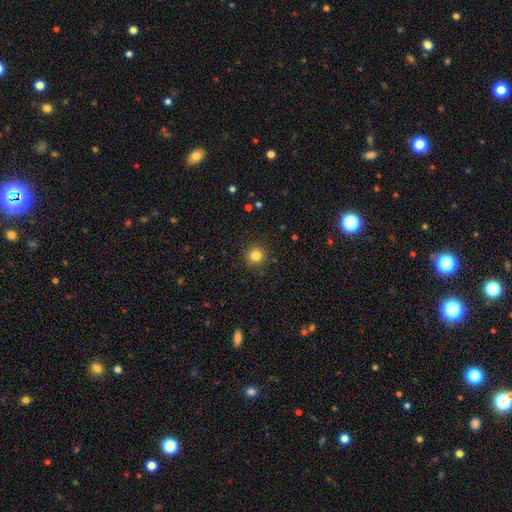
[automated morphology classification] Smooth or featured?
  - smooth: 82% *
  - star or artifact: 13%
  - featured or disk: 5%
How rounded?
  - round: 94% *
  - in between: 5%
  - cigar-shaped: 1%
Merging?
  - none: 90% *
  - minor disturbance: 6%
  - major disturbance: 2%
  - merger: 1%